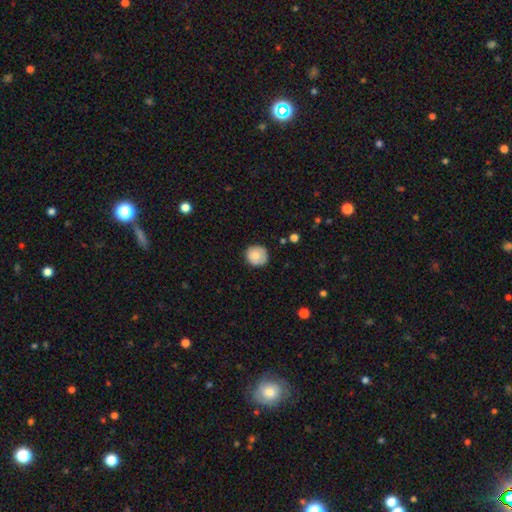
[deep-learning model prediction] This appears to be a smooth galaxy with no disk features (80%) that is round (91%). Merging: none (81%).